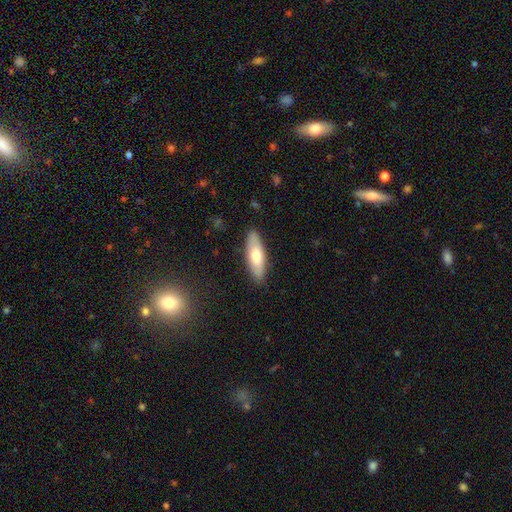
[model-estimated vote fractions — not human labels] Smooth or featured?
  - smooth: 66% *
  - featured or disk: 28%
  - star or artifact: 6%
How rounded?
  - in between: 61% *
  - cigar-shaped: 37%
  - round: 2%
Merging?
  - none: 88% *
  - minor disturbance: 9%
  - major disturbance: 2%
  - merger: 1%